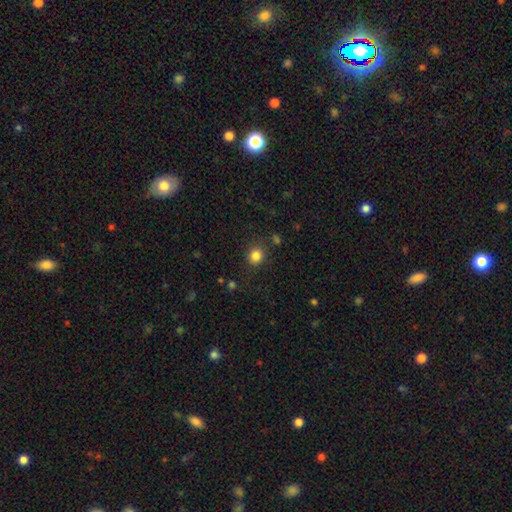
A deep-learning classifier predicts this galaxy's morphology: Q: Smooth or featured?
A: smooth (83%); runner-up: star or artifact (12%)
Q: How rounded?
A: round (88%); runner-up: in between (12%)
Q: Merging?
A: none (85%); runner-up: minor disturbance (9%)